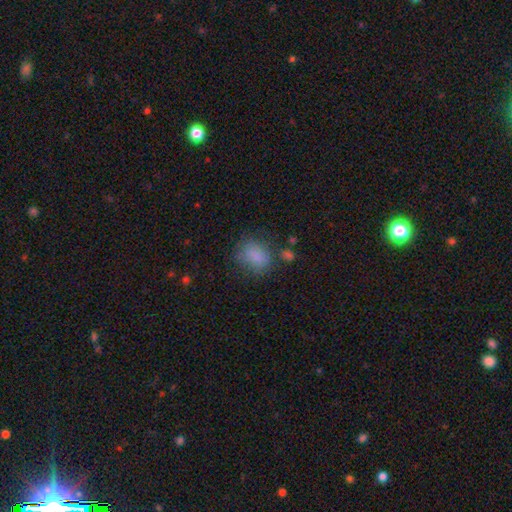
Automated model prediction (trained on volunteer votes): Morphology: type=smooth (82%); roundness=in between (59%); merging=none (65%).